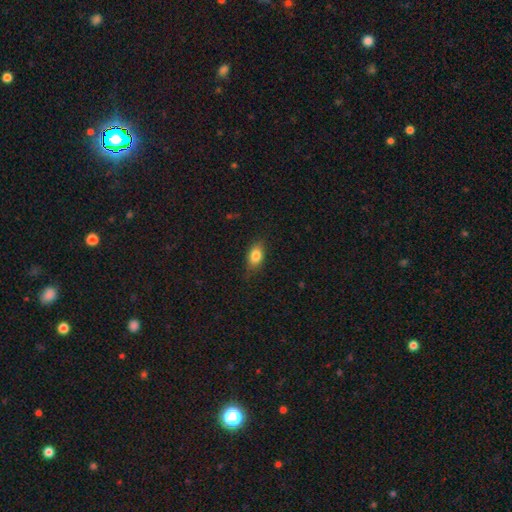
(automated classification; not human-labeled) Smooth or featured?
  - smooth: 82% *
  - featured or disk: 9%
  - star or artifact: 8%
How rounded?
  - in between: 84% *
  - round: 11%
  - cigar-shaped: 5%
Merging?
  - none: 79% *
  - minor disturbance: 17%
  - major disturbance: 3%
  - merger: 1%